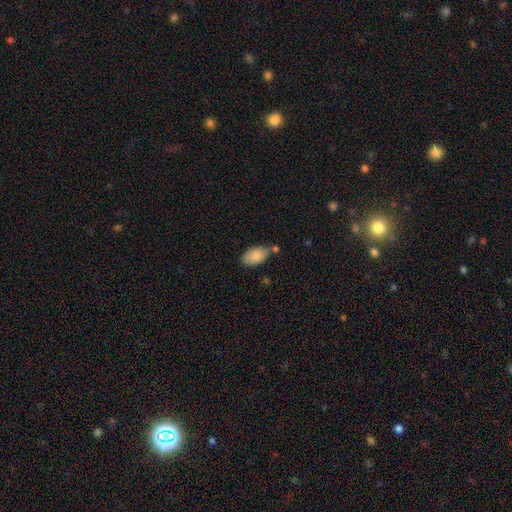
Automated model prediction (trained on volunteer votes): smooth-or-featured: smooth: 87% | featured or disk: 7% | star or artifact: 6%
  how-rounded: in between: 95% | round: 4% | cigar-shaped: 2%
  merging: none: 66% | minor disturbance: 19% | merger: 11% | major disturbance: 4%